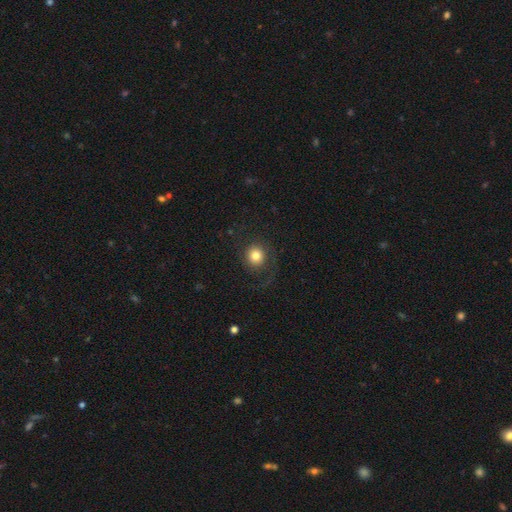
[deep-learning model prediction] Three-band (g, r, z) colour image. It shows a smooth galaxy with no disk features (67%) that is round (87%). Merging: none (71%).